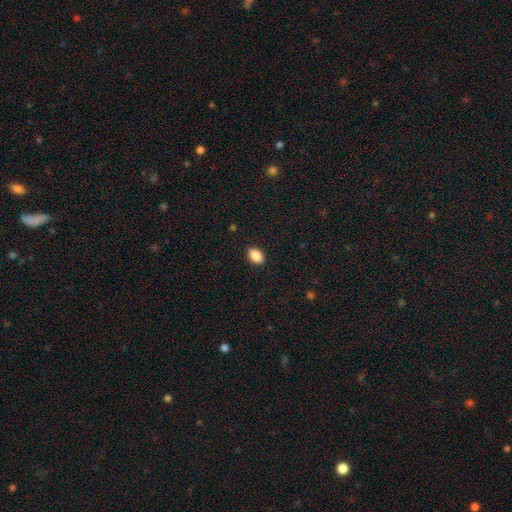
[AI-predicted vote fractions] smooth-or-featured: smooth: 89% | star or artifact: 8% | featured or disk: 3%
  how-rounded: in between: 82% | round: 17% | cigar-shaped: 1%
  merging: none: 90% | minor disturbance: 7% | major disturbance: 2% | merger: 1%